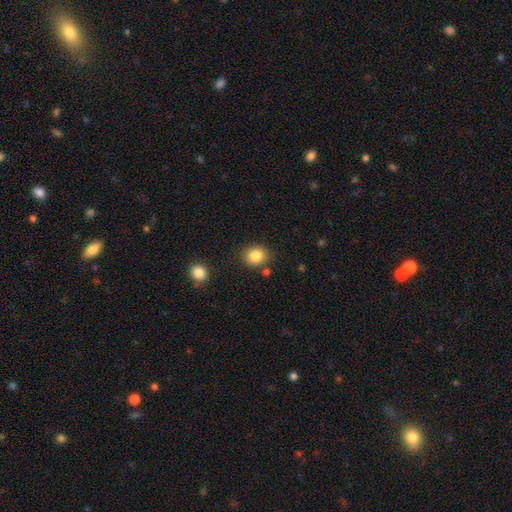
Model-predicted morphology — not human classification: smooth_or_featured: smooth (p=0.85) [alt: star or artifact p=0.10]
how_rounded: round (p=0.69) [alt: in between p=0.30]
merging: none (p=0.82) [alt: minor disturbance p=0.10]